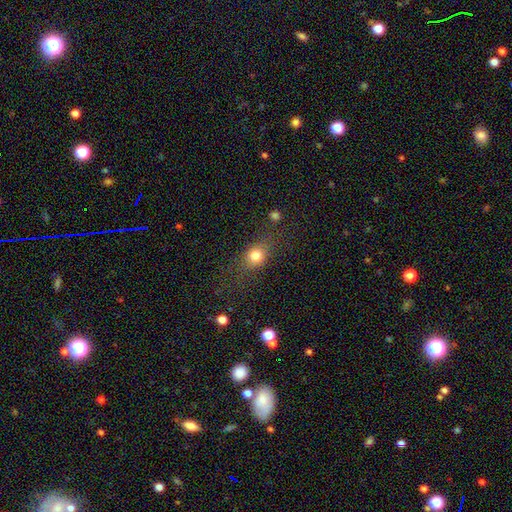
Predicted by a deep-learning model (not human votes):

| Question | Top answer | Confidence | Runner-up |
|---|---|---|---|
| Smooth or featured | smooth | 77% | star or artifact (12%) |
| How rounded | round | 49% | in between (46%) |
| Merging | none | 68% | minor disturbance (18%) |